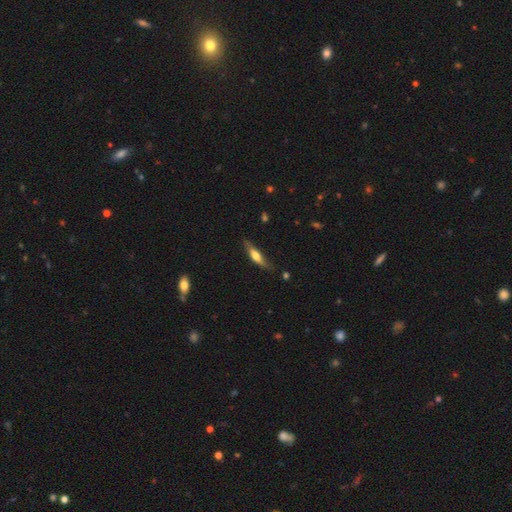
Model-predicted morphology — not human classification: Smooth or featured? Predicted: featured or disk (p=0.49). Merging? Predicted: none (p=0.78).